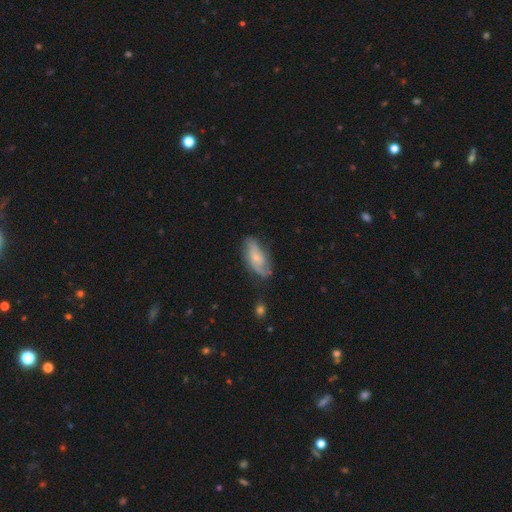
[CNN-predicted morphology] Smooth or featured? Predicted: featured or disk (p=0.57). Edge-on disk? Predicted: no (p=0.90). Bar? Predicted: no (p=0.68). Spiral arms? Predicted: yes (p=0.83). Bulge size? Predicted: small (p=0.67). Merging? Predicted: none (p=0.63).